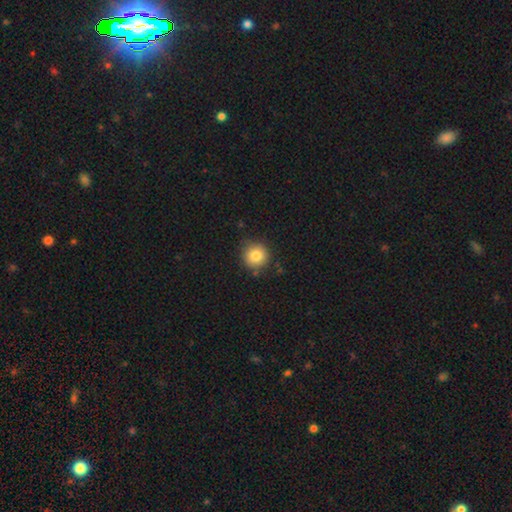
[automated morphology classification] type=smooth (82%); roundness=round (94%); merging=none (84%).